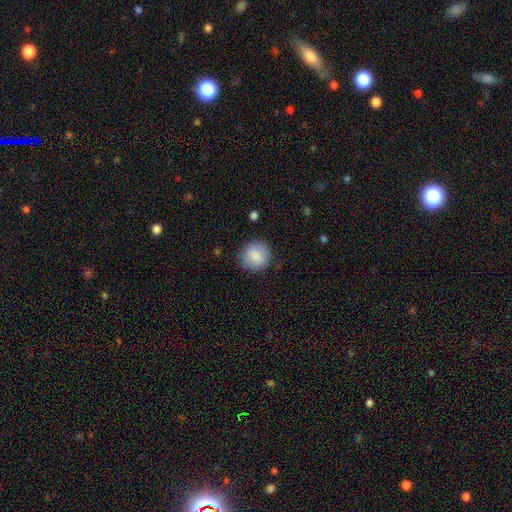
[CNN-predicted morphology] Overall: smooth (87%). How rounded: round (92%). Merging: none (88%).